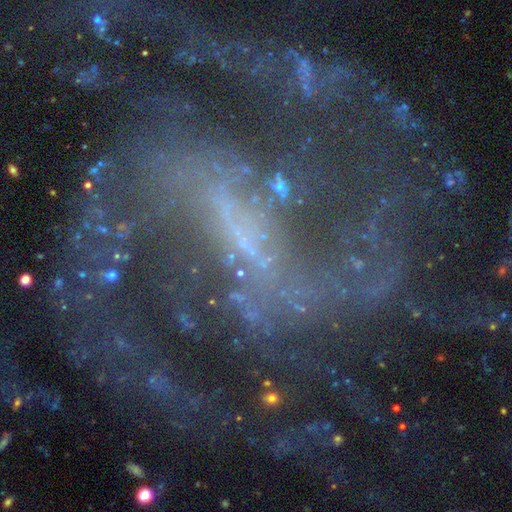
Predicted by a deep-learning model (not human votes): featured or disk 78%, star or artifact 16%, smooth 6%. Down the decision tree: edge-on disk — no (96%); bar — strong (44%); spiral arms — yes (85%); spiral arm count — 2 (58%); spiral winding — loose (45%); bulge size — none (42%); merging — none (48%).